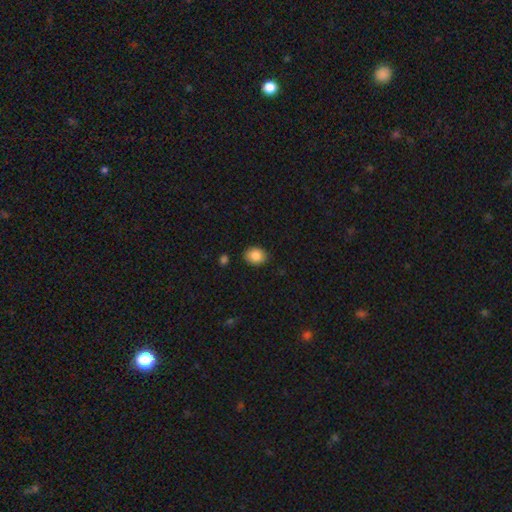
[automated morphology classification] Q: Smooth or featured?
A: smooth (88%); runner-up: star or artifact (8%)
Q: How rounded?
A: in between (55%); runner-up: round (44%)
Q: Merging?
A: none (85%); runner-up: minor disturbance (11%)